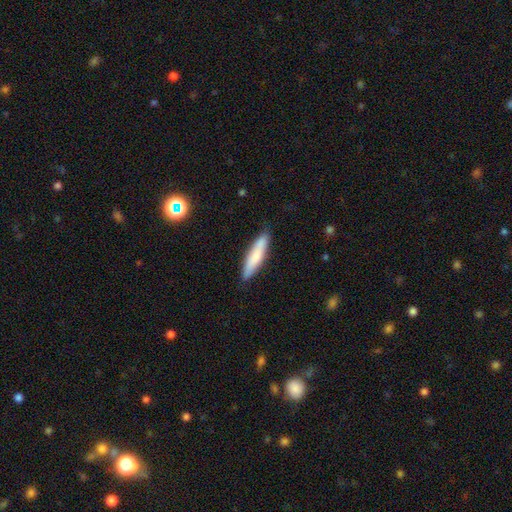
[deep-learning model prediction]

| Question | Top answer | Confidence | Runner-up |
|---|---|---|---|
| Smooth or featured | smooth | 74% | featured or disk (20%) |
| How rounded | cigar-shaped | 80% | in between (18%) |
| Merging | none | 83% | minor disturbance (13%) |